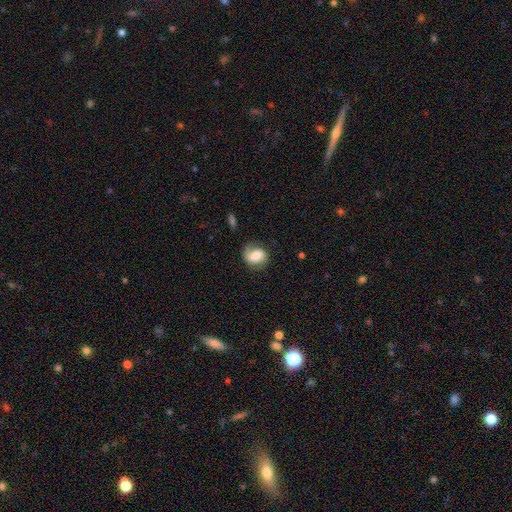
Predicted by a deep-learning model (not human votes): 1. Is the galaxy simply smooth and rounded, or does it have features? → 47% featured or disk, 45% smooth, 8% star or artifact.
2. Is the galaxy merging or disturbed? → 65% none, 22% minor disturbance, 11% major disturbance, 2% merger.